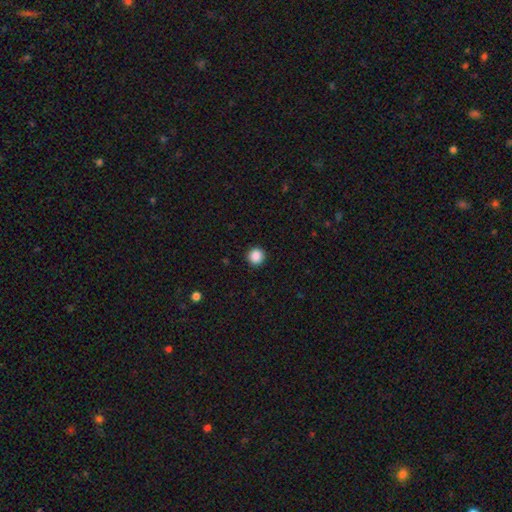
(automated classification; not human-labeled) The model was most divided on "smooth or featured": smooth: 88%, star or artifact: 9%, featured or disk: 3%. More confident: how rounded — round (95%); merging — none (93%).